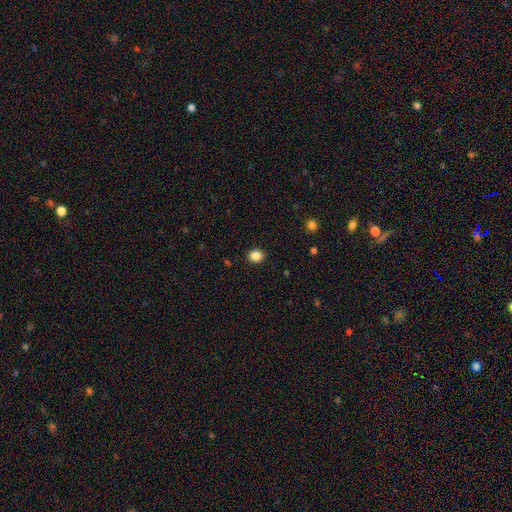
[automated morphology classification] The model was most divided on "how rounded": round: 70%, in between: 29%, cigar-shaped: 1%. More confident: merging — none (91%); smooth or featured — smooth (86%).